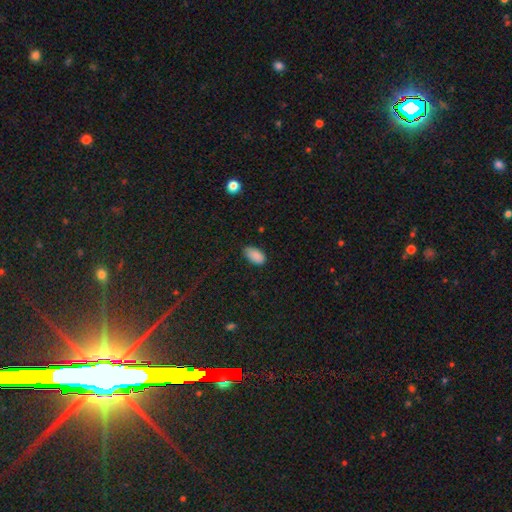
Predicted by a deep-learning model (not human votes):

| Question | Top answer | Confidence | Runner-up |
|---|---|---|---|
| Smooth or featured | smooth | 88% | star or artifact (8%) |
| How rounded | in between | 95% | round (3%) |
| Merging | none | 77% | minor disturbance (19%) |